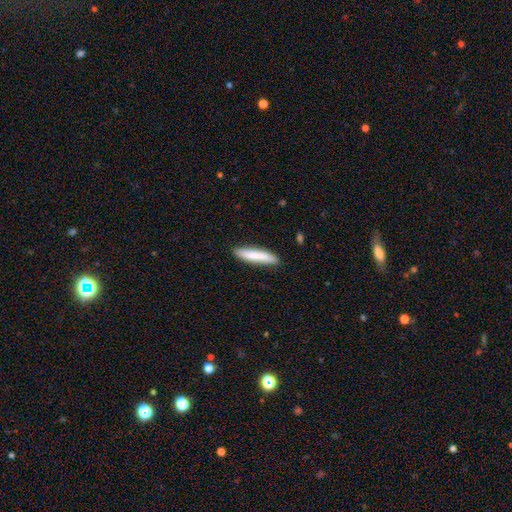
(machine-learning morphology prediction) The model was most divided on "smooth or featured": smooth: 78%, featured or disk: 16%, star or artifact: 6%. More confident: merging — none (87%); how rounded — cigar-shaped (86%).